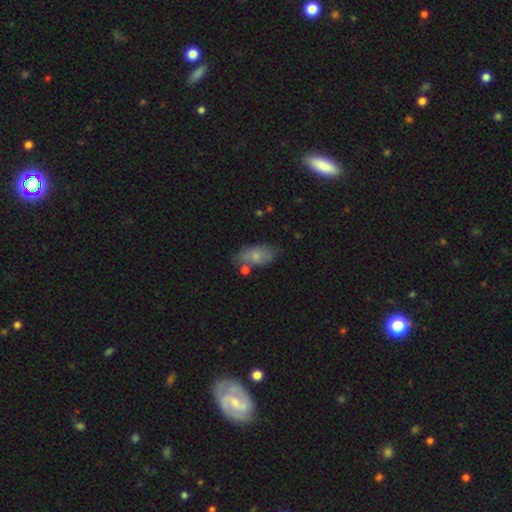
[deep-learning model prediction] A smooth galaxy with no disk features (72%) that is in between round and cigar-shaped (90%).

Vote fractions:
- Smooth or featured? smooth: 72% / featured or disk: 20% / star or artifact: 8%
- How rounded? in between: 90% / round: 5% / cigar-shaped: 5%
- Merging? none: 62% / minor disturbance: 22% / merger: 10% / major disturbance: 6%